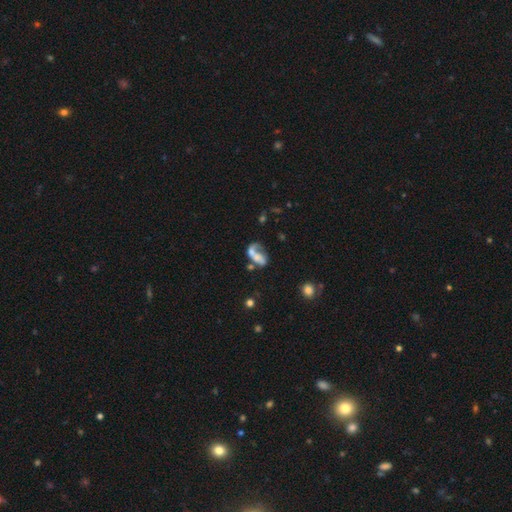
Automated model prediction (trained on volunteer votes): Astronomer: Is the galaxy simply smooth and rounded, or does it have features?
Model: featured or disk — 48% (runner-up: smooth, 40%).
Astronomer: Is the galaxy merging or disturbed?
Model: merger — 42% (runner-up: major disturbance, 26%).